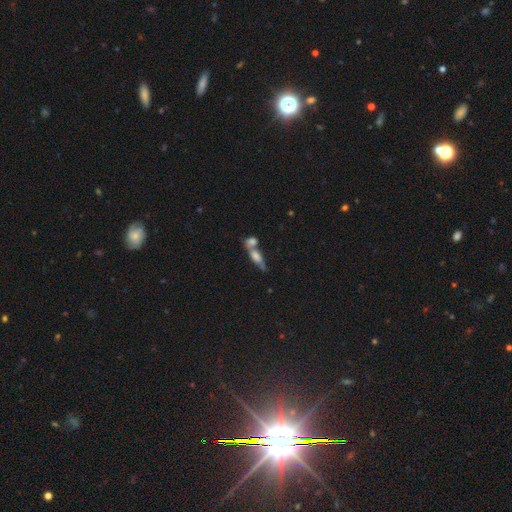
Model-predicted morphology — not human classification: smooth 54%, featured or disk 35%, star or artifact 12%. Down the decision tree: how rounded — in between (55%); merging — merger (56%).